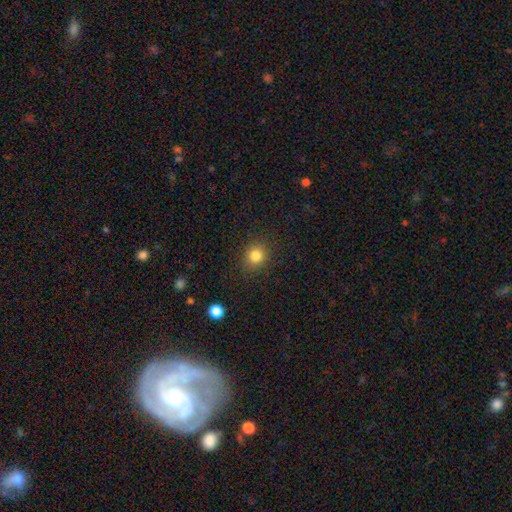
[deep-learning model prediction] This appears to be a smooth galaxy with no disk features (83%) that is round (83%). Merging: none (88%).